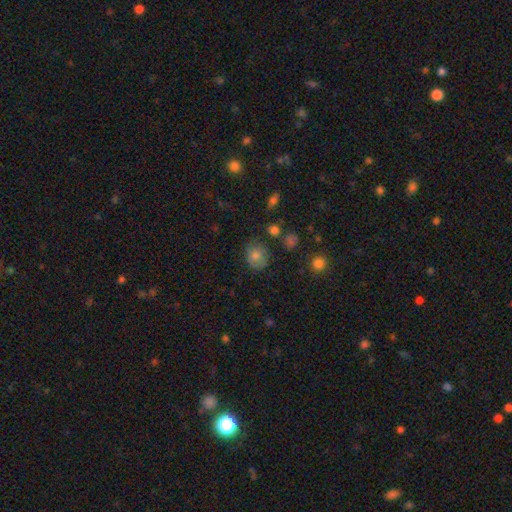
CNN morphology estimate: This is likely a smooth galaxy (77%). How rounded: likely round (69%). Merging: likely none (75%).